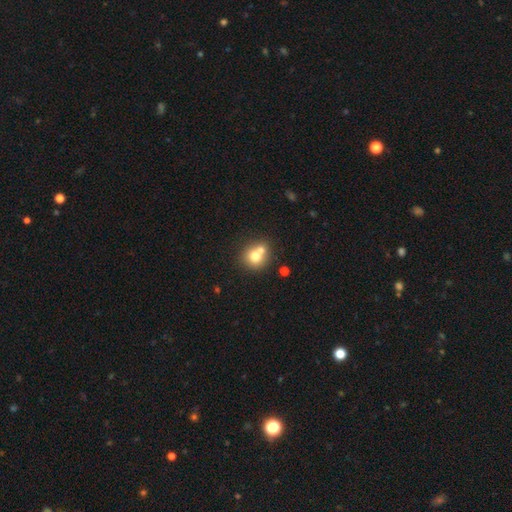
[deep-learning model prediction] smooth-or-featured: smooth: 72% | featured or disk: 17% | star or artifact: 11%
  how-rounded: round: 84% | in between: 15% | cigar-shaped: 1%
  merging: merger: 46% | none: 43% | minor disturbance: 8% | major disturbance: 3%